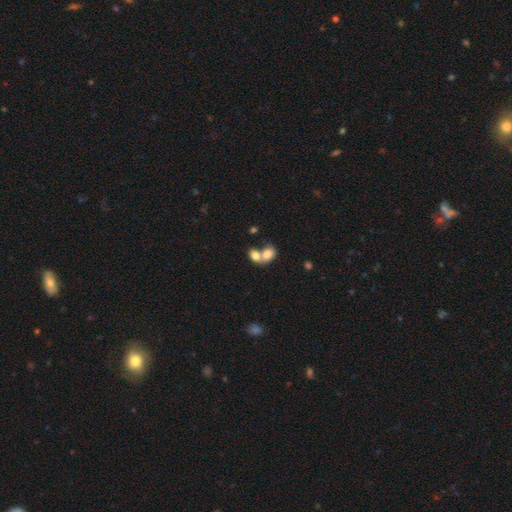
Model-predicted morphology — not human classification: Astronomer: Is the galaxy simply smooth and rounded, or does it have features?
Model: smooth — 77%.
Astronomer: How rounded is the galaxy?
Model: in between — 64%.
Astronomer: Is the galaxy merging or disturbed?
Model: merger — 71%.